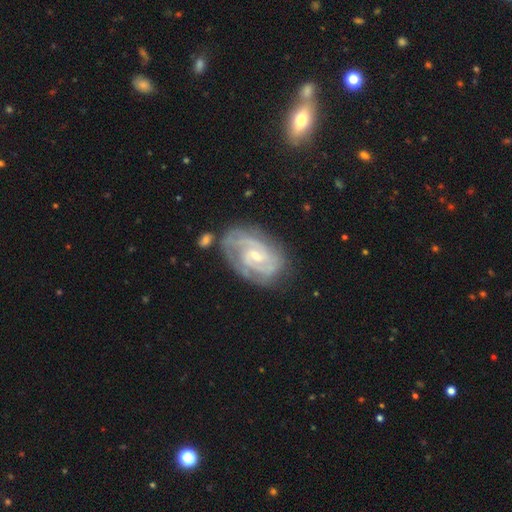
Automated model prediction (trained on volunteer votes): Smooth or featured? featured or disk (87%)
Edge-on disk? no (97%)
Bar? weak (50%)
Spiral arms? yes (96%)
Spiral winding? tight (63%)
Spiral arm count? 2 (52%)
Bulge size? small (60%)
Merging? none (68%)